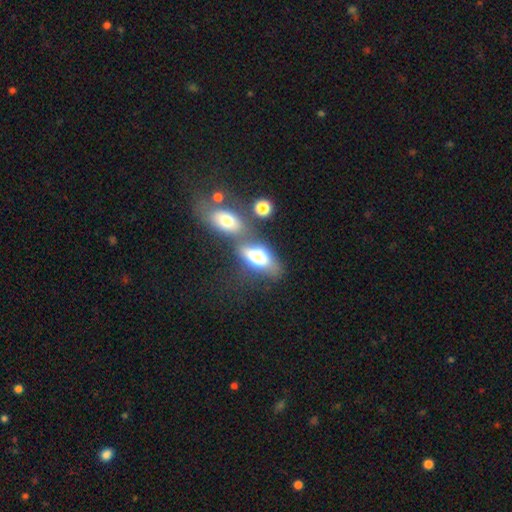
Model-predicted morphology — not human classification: This appears to be a smooth galaxy with no disk features (63%) that is in between round and cigar-shaped (81%). Merging: none (40%).